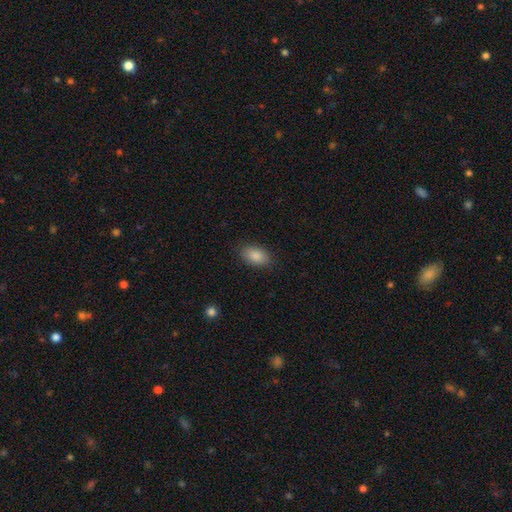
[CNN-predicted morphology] Smooth or featured?
  - smooth: 88% *
  - star or artifact: 7%
  - featured or disk: 5%
How rounded?
  - in between: 91% *
  - round: 7%
  - cigar-shaped: 2%
Merging?
  - none: 86% *
  - minor disturbance: 10%
  - major disturbance: 3%
  - merger: 1%